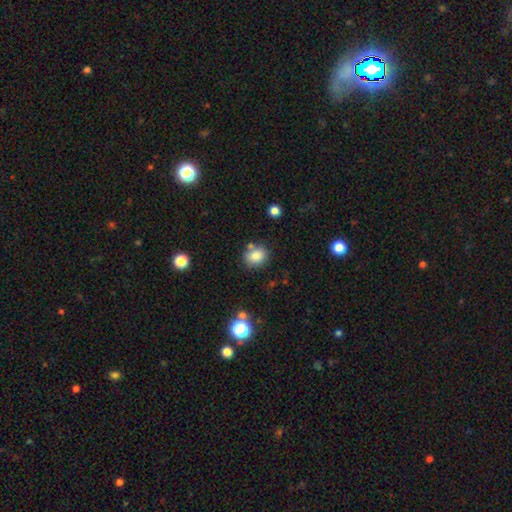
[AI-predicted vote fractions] Overall: smooth (83%). How rounded: round (61%; in between 38%). Merging: none (73%).